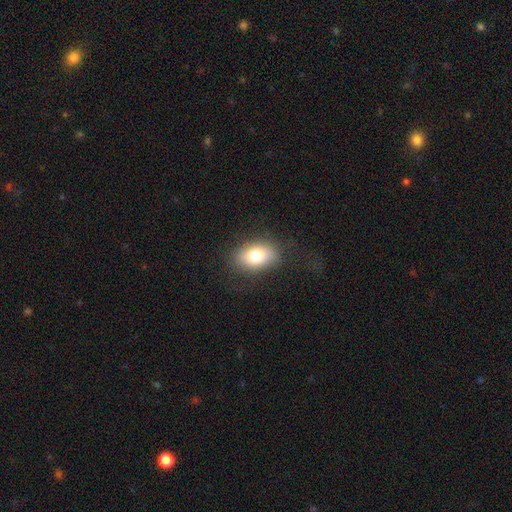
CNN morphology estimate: Smooth or featured?
  - smooth: 77% *
  - featured or disk: 14%
  - star or artifact: 9%
How rounded?
  - in between: 84% *
  - round: 14%
  - cigar-shaped: 2%
Merging?
  - none: 81% *
  - minor disturbance: 12%
  - major disturbance: 6%
  - merger: 1%